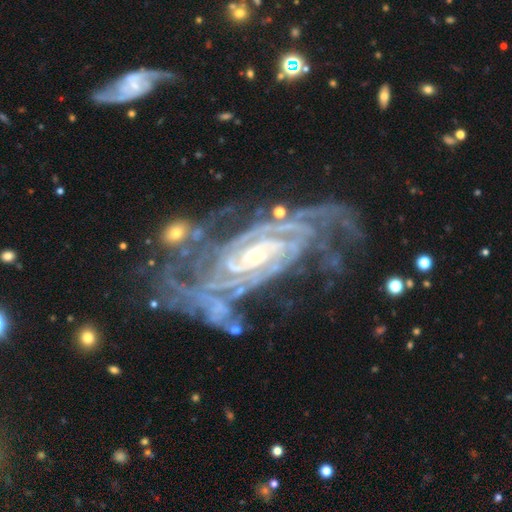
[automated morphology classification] smooth-or-featured: featured or disk: 92% | star or artifact: 5% | smooth: 3%
  disk-edge-on: no: 96% | yes: 4%
    bar: no: 55% | weak: 26% | strong: 19%
    has-spiral-arms: yes: 98% | no: 2%
      spiral-winding: tight: 71% | medium: 24% | loose: 5%
      spiral-arm-count: 2: 24% | can't tell: 22% | 3: 18% | 4: 16% | more than 4: 11% | 1: 8%
    bulge-size: small: 73% | moderate: 23% | large: 2% | none: 1% | dominant: 1%
  merging: none: 43% | major disturbance: 21% | minor disturbance: 21% | merger: 16%